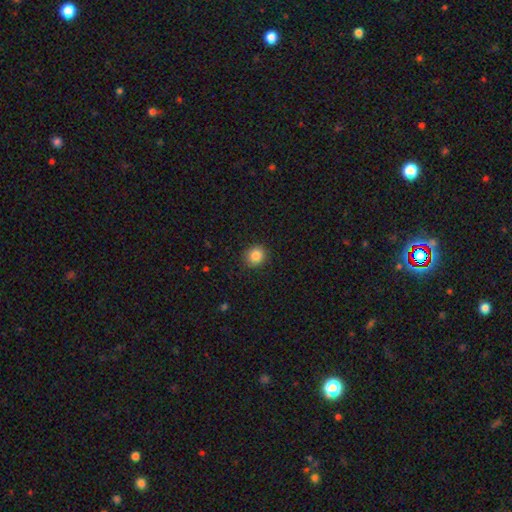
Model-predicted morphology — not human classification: This is clearly a smooth galaxy (85%). How rounded: clearly round (84%). Merging: clearly none (89%).